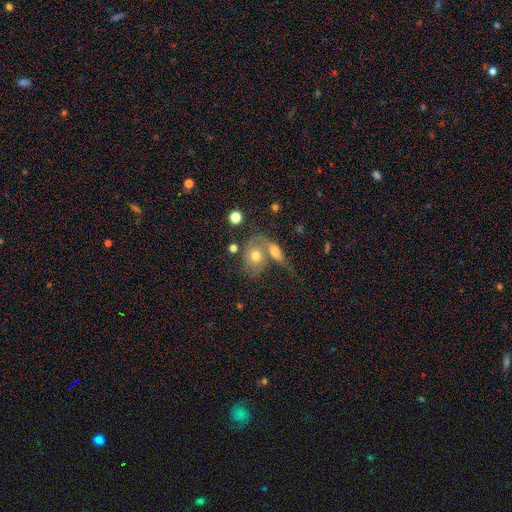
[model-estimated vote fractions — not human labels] Q: Smooth or featured?
A: smooth (47%); runner-up: featured or disk (42%)
Q: Merging?
A: merger (48%); runner-up: none (33%)